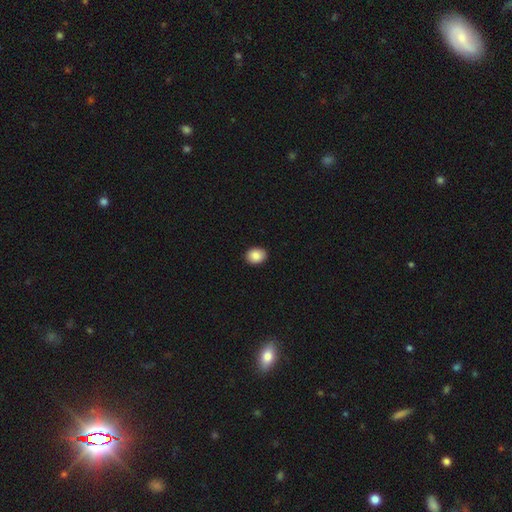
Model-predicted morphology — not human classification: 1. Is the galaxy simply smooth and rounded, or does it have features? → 88% smooth, 8% star or artifact, 4% featured or disk.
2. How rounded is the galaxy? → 53% in between, 47% round, 1% cigar-shaped.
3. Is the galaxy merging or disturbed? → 91% none, 7% minor disturbance, 2% major disturbance, 1% merger.